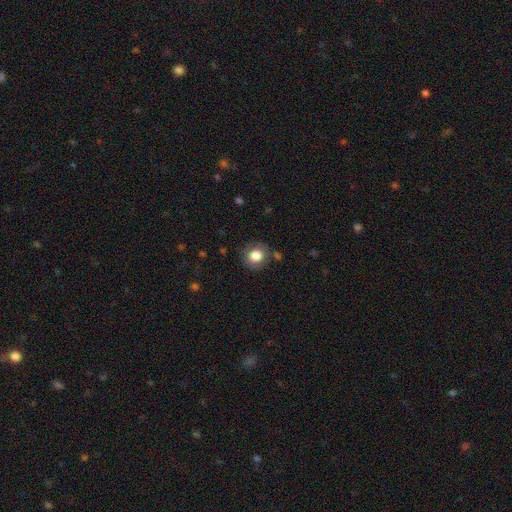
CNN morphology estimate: The model was most divided on "merging": none: 81%, minor disturbance: 13%, major disturbance: 4%, merger: 3%. More confident: how rounded — round (84%); smooth or featured — smooth (80%).